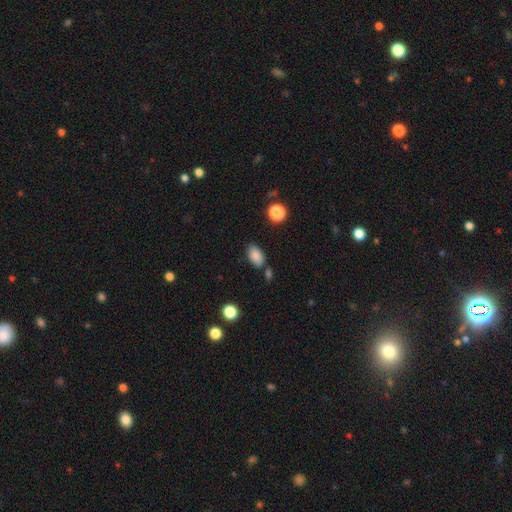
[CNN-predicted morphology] smooth 86%, star or artifact 9%, featured or disk 6%. Down the decision tree: how rounded — in between (92%); merging — none (74%).